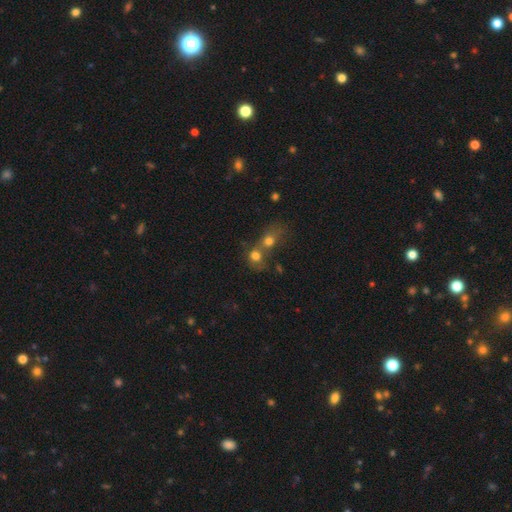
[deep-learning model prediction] Smooth or featured: smooth — 72% (featured or disk — 15%)
How rounded: round — 69% (in between — 30%)
Merging: merger — 66% (none — 23%)